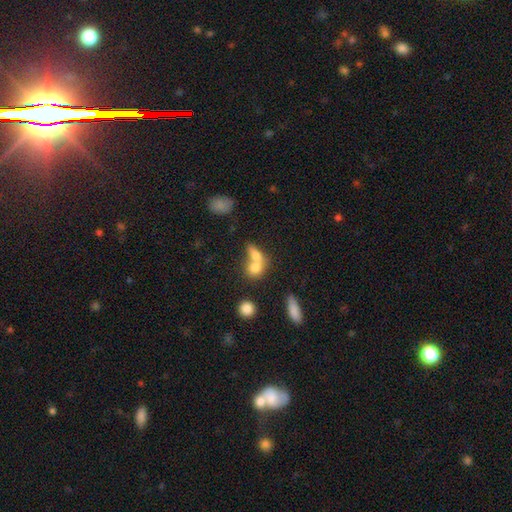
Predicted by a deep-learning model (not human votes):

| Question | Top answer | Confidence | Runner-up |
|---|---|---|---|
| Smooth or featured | smooth | 74% | featured or disk (17%) |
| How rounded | in between | 62% | round (30%) |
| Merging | merger | 66% | none (23%) |